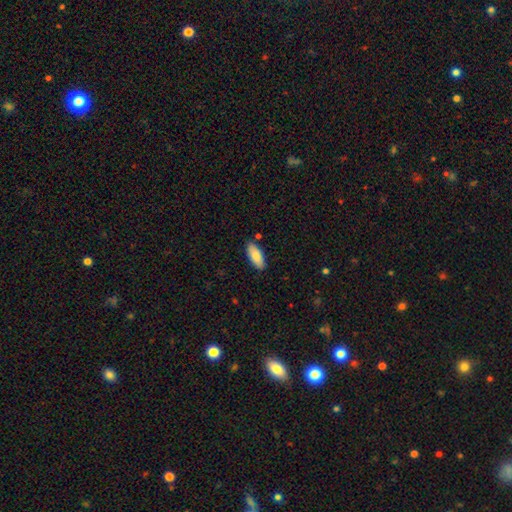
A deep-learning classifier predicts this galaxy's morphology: Q: Smooth or featured?
A: smooth (87%); runner-up: featured or disk (7%)
Q: How rounded?
A: in between (83%); runner-up: cigar-shaped (15%)
Q: Merging?
A: none (85%); runner-up: minor disturbance (10%)